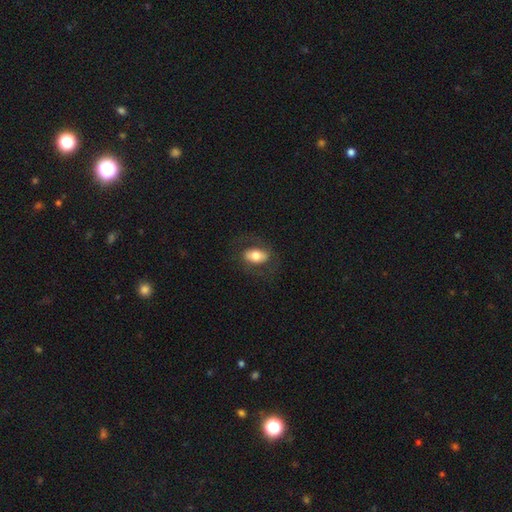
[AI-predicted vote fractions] Smooth or featured? Predicted: smooth (p=0.64). How rounded? Predicted: in between (p=0.88). Merging? Predicted: none (p=0.75).